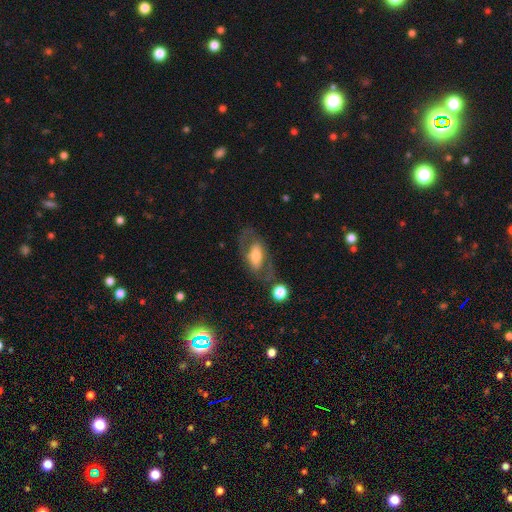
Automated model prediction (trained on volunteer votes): smooth-or-featured: featured or disk: 51% | smooth: 41% | star or artifact: 8%
  disk-edge-on: no: 85% | yes: 15%
  merging: none: 60% | minor disturbance: 18% | major disturbance: 16% | merger: 6%